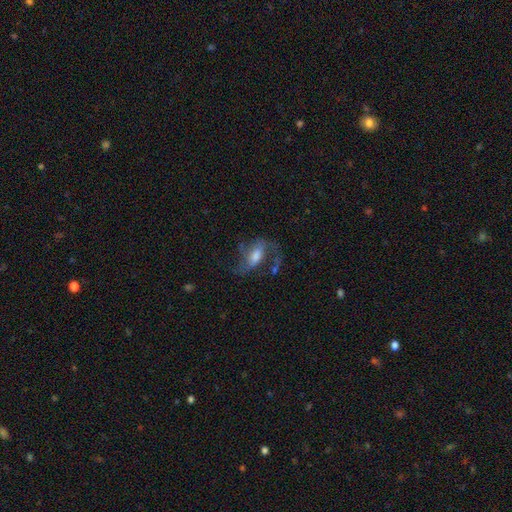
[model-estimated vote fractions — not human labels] smooth_or_featured: featured or disk (p=0.72) [alt: smooth p=0.19]
disk_edge_on: no (p=0.93) [alt: yes p=0.07]
bar: weak (p=0.45) [alt: no p=0.32]
has_spiral_arms: yes (p=0.87) [alt: no p=0.13]
spiral_winding: loose (p=0.57) [alt: medium p=0.35]
spiral_arm_count: 2 (p=0.65) [alt: can't tell p=0.11]
bulge_size: moderate (p=0.47) [alt: large p=0.23]
merging: none (p=0.45) [alt: major disturbance p=0.33]